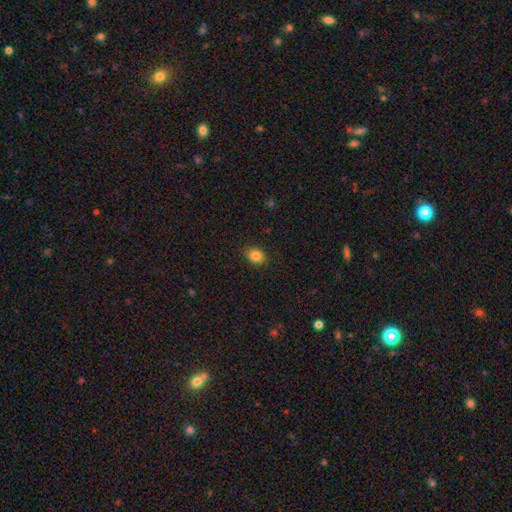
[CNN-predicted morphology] Smooth or featured: smooth — 85% (star or artifact — 10%)
How rounded: in between — 58% (round — 41%)
Merging: none — 88% (minor disturbance — 8%)